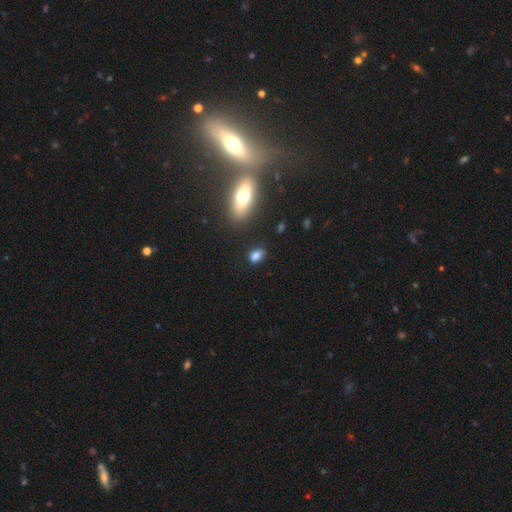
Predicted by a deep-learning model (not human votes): smooth_or_featured: smooth (p=0.80) [alt: star or artifact p=0.13]
how_rounded: in between (p=0.78) [alt: round p=0.18]
merging: none (p=0.74) [alt: minor disturbance p=0.17]